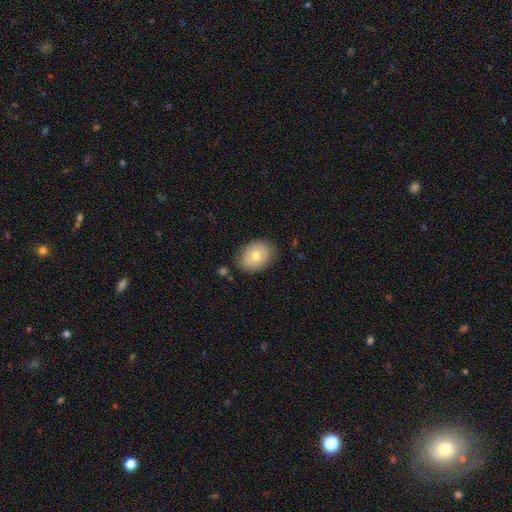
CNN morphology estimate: Smooth or featured? smooth (67%)
How rounded? in between (57%)
Merging? none (79%)